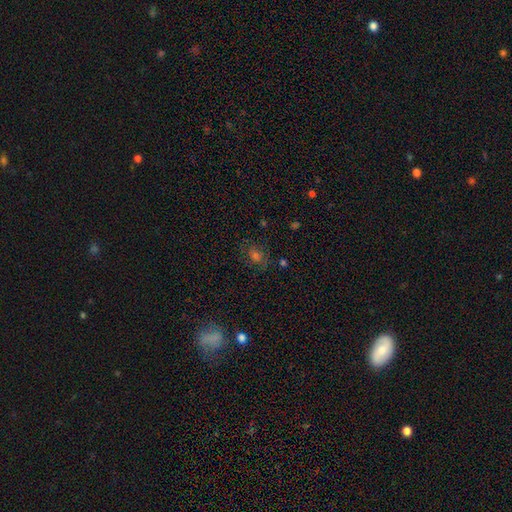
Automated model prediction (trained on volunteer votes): smooth 37%, star or artifact 33%, featured or disk 30%. Down the decision tree: merging — none (74%).